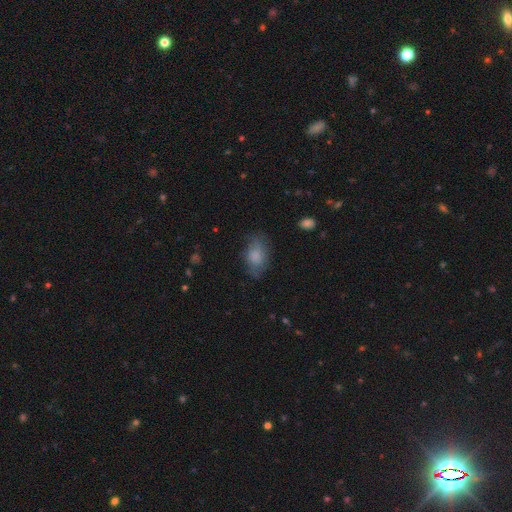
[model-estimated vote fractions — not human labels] A smooth galaxy with no disk features (79%) that is in between round and cigar-shaped (86%).

Vote fractions:
- Smooth or featured? smooth: 79% / featured or disk: 13% / star or artifact: 8%
- How rounded? in between: 86% / round: 12% / cigar-shaped: 2%
- Merging? none: 66% / minor disturbance: 23% / major disturbance: 9% / merger: 1%